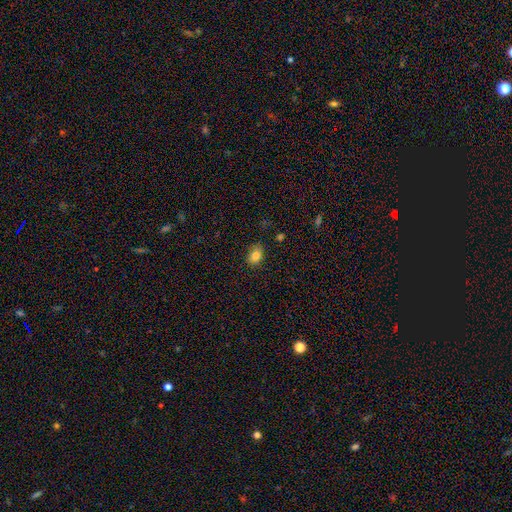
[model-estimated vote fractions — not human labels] This appears to be a smooth galaxy with no disk features (83%) that is in between round and cigar-shaped (73%). Merging: none (80%).